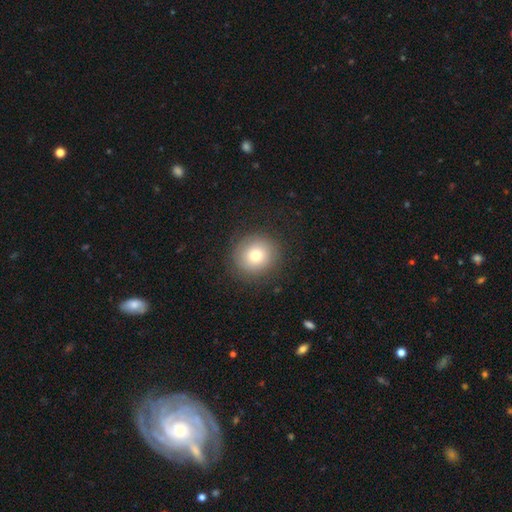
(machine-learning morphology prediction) smooth 72%, featured or disk 17%, star or artifact 11%. Down the decision tree: how rounded — round (92%); merging — none (86%).